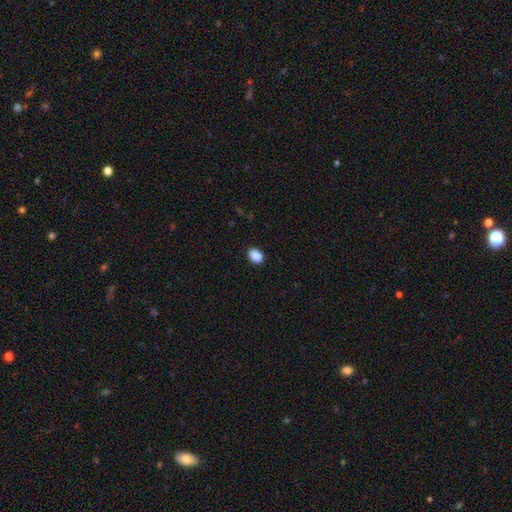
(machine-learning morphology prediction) type=smooth (90%); roundness=in between (75%); merging=none (89%).